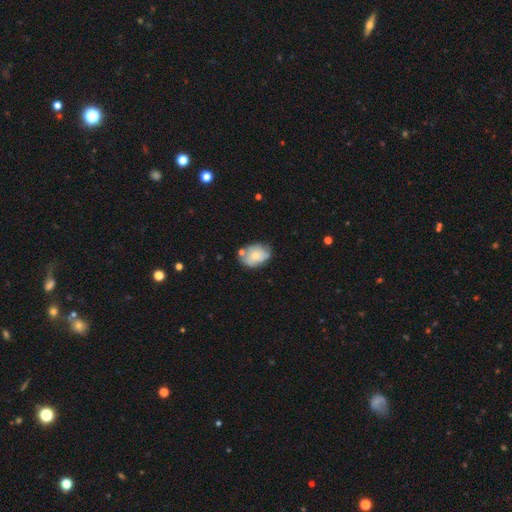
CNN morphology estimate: Q: Smooth or featured?
A: smooth (62%); runner-up: featured or disk (30%)
Q: How rounded?
A: in between (74%); runner-up: round (25%)
Q: Merging?
A: none (55%); runner-up: minor disturbance (27%)